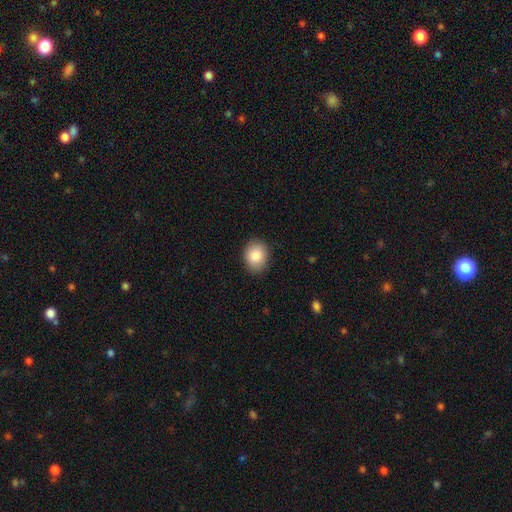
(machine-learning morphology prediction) smooth-or-featured: smooth: 86% | star or artifact: 7% | featured or disk: 7%
  how-rounded: in between: 52% | round: 47% | cigar-shaped: 1%
  merging: none: 88% | minor disturbance: 9% | major disturbance: 2% | merger: 1%